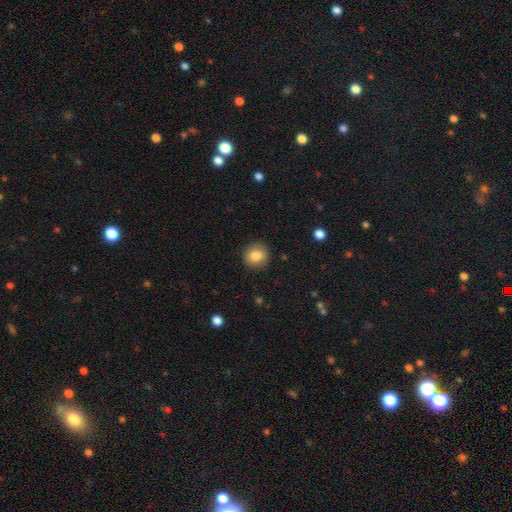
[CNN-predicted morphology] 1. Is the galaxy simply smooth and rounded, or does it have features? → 84% smooth, 9% star or artifact, 7% featured or disk.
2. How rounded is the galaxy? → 88% round, 11% in between, 1% cigar-shaped.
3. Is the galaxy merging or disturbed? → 90% none, 7% minor disturbance, 2% major disturbance, 1% merger.